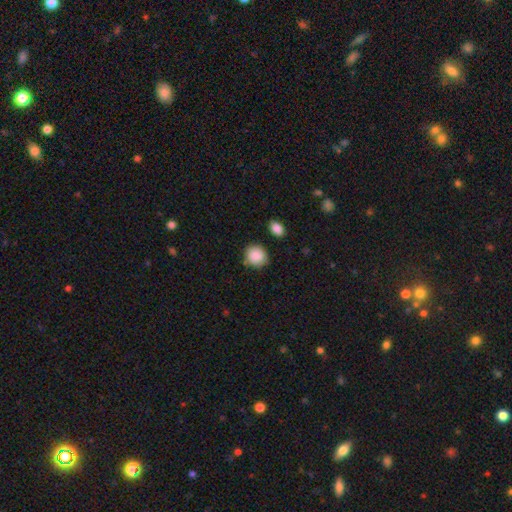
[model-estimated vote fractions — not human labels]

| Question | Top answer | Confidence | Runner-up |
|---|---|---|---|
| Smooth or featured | smooth | 90% | star or artifact (7%) |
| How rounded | round | 83% | in between (16%) |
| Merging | none | 81% | minor disturbance (12%) |